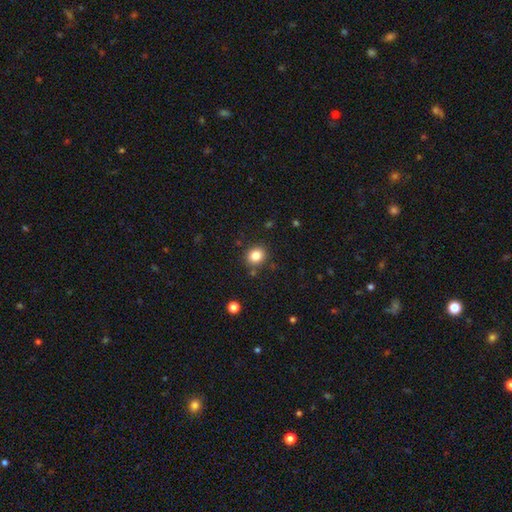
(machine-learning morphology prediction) This is clearly a smooth galaxy (84%). How rounded: likely round (72%). Merging: clearly none (86%).